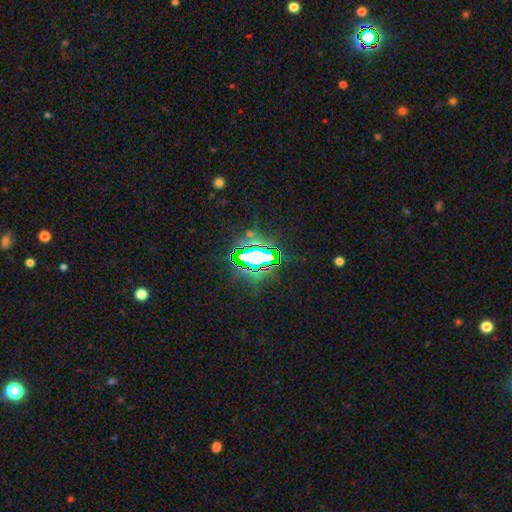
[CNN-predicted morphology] This is likely a star or artifact rather than a galaxy (70%).